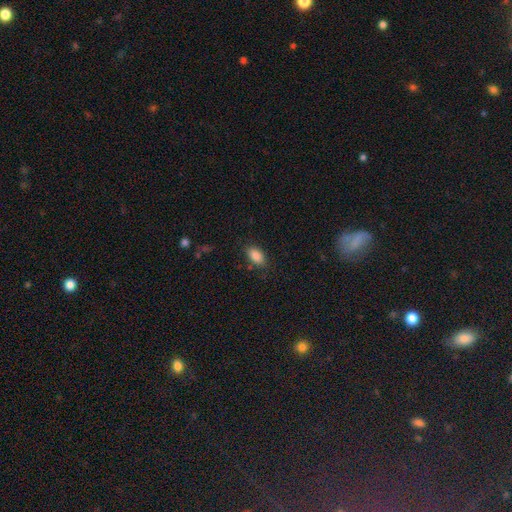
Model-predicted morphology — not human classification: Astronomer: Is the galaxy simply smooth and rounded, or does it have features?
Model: smooth — 86%.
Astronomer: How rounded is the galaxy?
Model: in between — 91%.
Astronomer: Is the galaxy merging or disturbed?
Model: none — 83%.